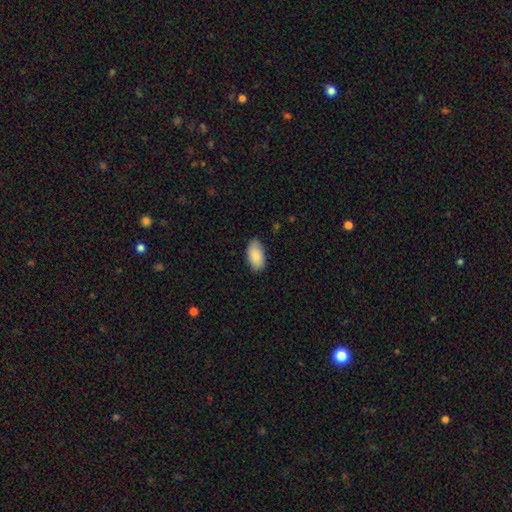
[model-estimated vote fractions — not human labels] Smooth or featured? Predicted: smooth (p=0.89). How rounded? Predicted: in between (p=0.95). Merging? Predicted: none (p=0.87).